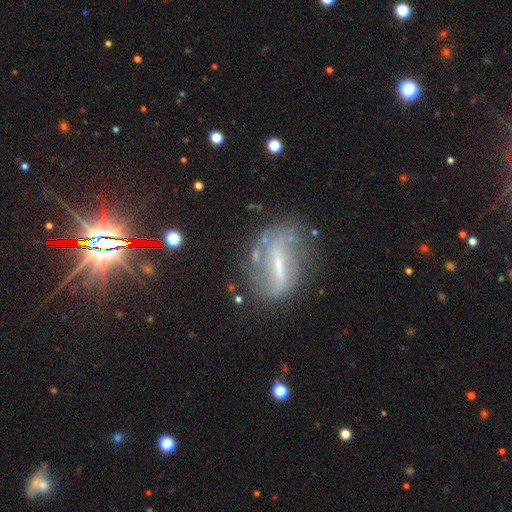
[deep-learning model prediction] The model was most divided on "bulge size": small: 49%, moderate: 25%, none: 22%, large: 3%, dominant: 2%. More confident: edge-on disk — no (87%); smooth or featured — featured or disk (71%); spiral arms — yes (68%); bar — strong (61%); merging — none (60%).